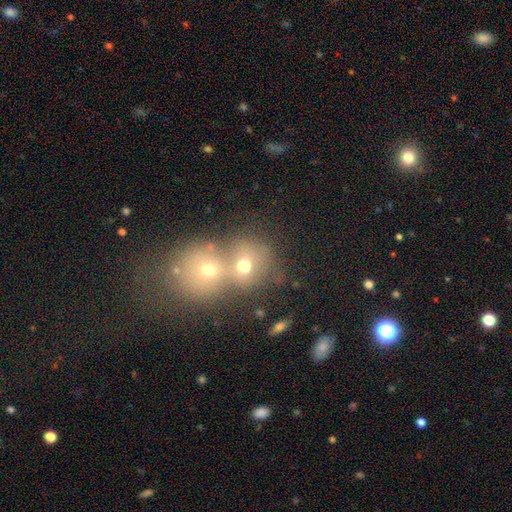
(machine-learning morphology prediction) smooth_or_featured: smooth (p=0.58) [alt: featured or disk p=0.21]
how_rounded: round (p=0.73) [alt: in between p=0.26]
merging: merger (p=0.64) [alt: none p=0.27]